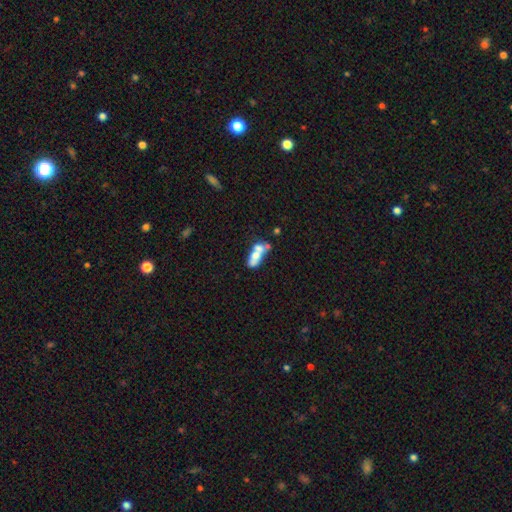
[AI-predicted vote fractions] A smooth galaxy with no disk features (52%) that is in between round and cigar-shaped (77%). Merging: merger (56%).